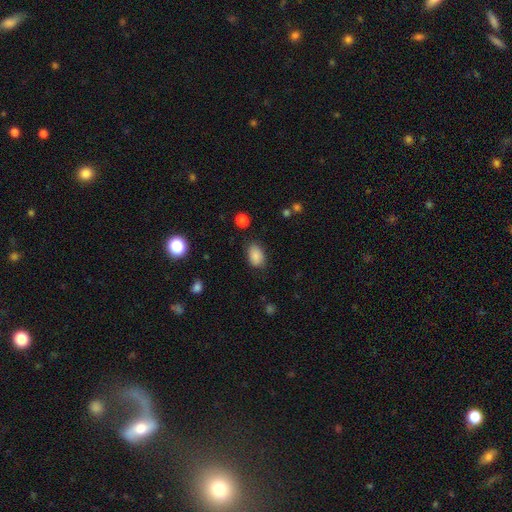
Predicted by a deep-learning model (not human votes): This appears to be a smooth galaxy with no disk features (86%) that is in between round and cigar-shaped (87%). Merging: none (79%).